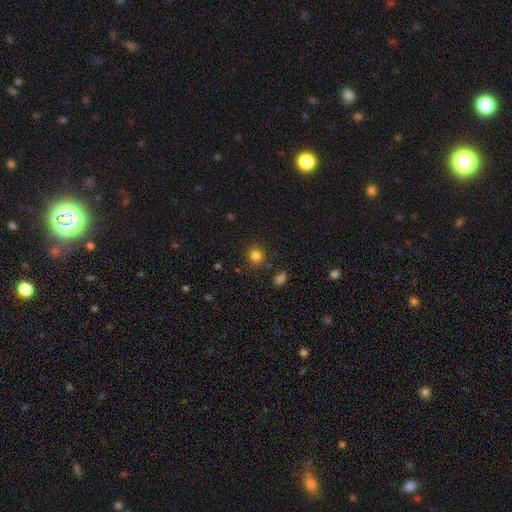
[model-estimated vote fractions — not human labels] Q: Smooth or featured?
A: smooth (82%); runner-up: star or artifact (13%)
Q: How rounded?
A: round (89%); runner-up: in between (10%)
Q: Merging?
A: none (88%); runner-up: minor disturbance (7%)